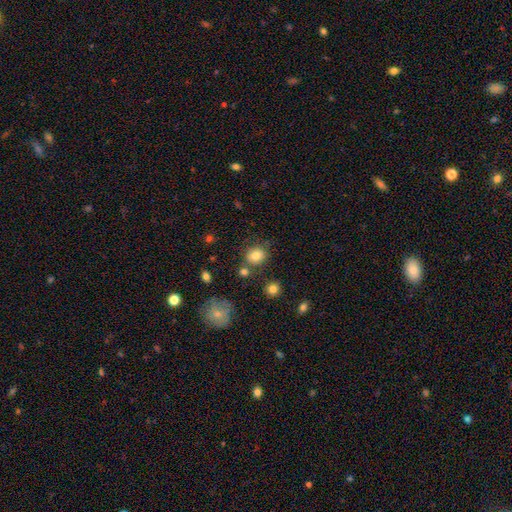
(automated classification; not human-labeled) smooth-or-featured: smooth: 80% | star or artifact: 11% | featured or disk: 9%
  how-rounded: round: 66% | in between: 33% | cigar-shaped: 1%
  merging: none: 73% | minor disturbance: 14% | merger: 9% | major disturbance: 4%